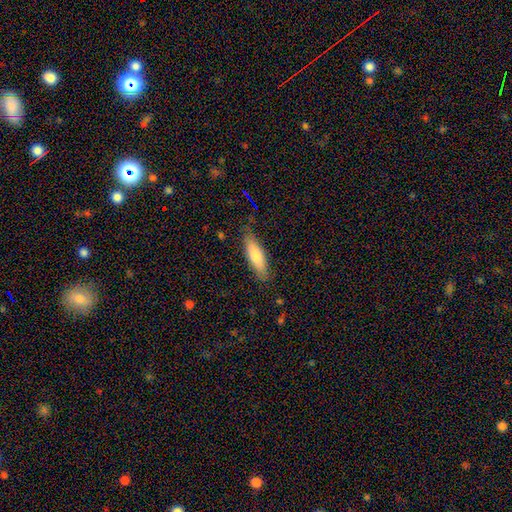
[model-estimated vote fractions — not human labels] smooth_or_featured: smooth (p=0.74) [alt: featured or disk p=0.20]
how_rounded: in between (p=0.49) [tied with: cigar-shaped p=0.49]
merging: none (p=0.82) [alt: minor disturbance p=0.14]